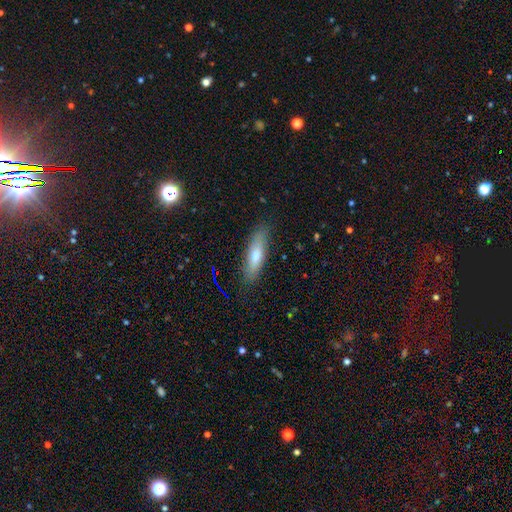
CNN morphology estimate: Smooth or featured: smooth — 67% (featured or disk — 25%)
How rounded: cigar-shaped — 64% (in between — 34%)
Merging: none — 84% (minor disturbance — 12%)